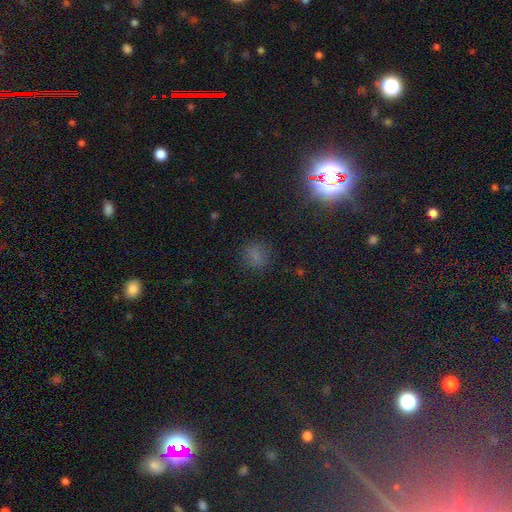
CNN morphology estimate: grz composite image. It shows a smooth galaxy with no disk features (65%) that is round (74%). Merging: none (82%).